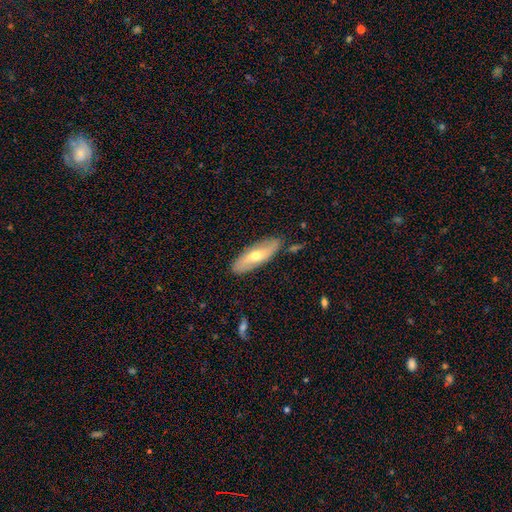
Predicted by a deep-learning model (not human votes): Overall: featured or disk (50%; smooth 44%). Edge-on disk: no (62%; yes 38%). Merging: none (83%).